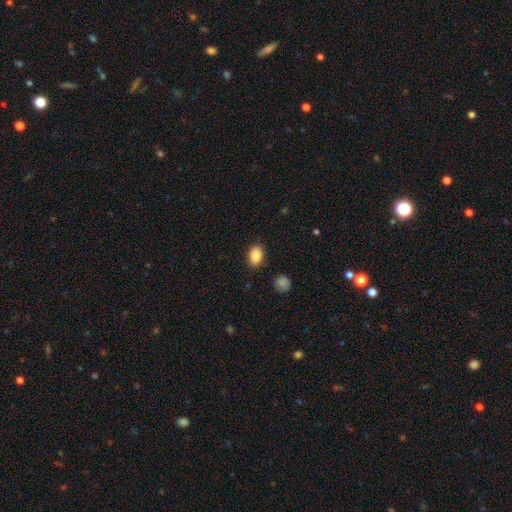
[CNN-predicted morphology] Q: Smooth or featured?
A: smooth (88%); runner-up: star or artifact (8%)
Q: How rounded?
A: in between (79%); runner-up: round (19%)
Q: Merging?
A: none (86%); runner-up: minor disturbance (10%)